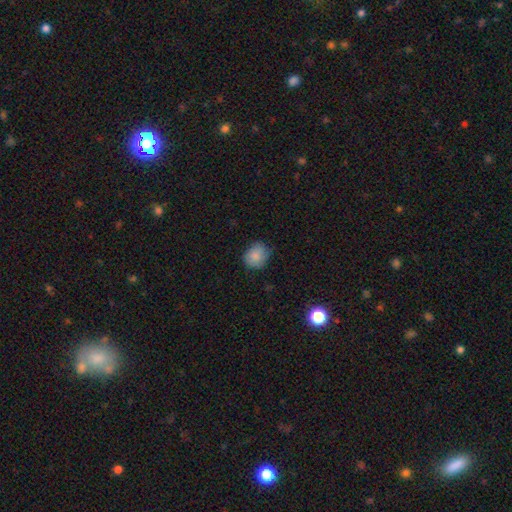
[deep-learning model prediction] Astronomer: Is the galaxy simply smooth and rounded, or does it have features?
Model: smooth — 84%.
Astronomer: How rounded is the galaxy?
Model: round — 66%.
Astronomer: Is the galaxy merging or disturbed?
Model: none — 68%.